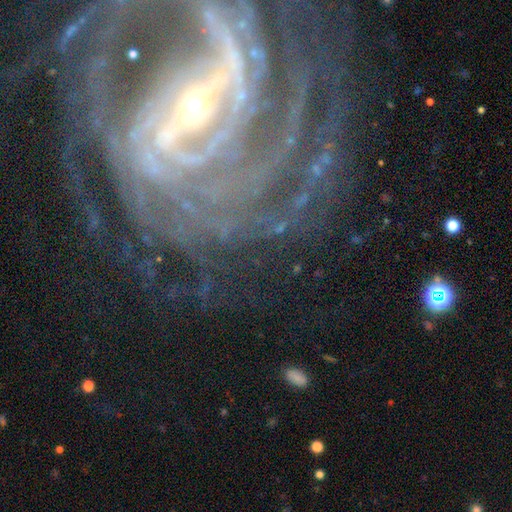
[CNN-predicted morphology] The model was most divided on "spiral arm count": can't tell: 26%, more than 4: 18%, 4: 17%, 2: 16%, 3: 14%, 1: 9%. More confident: spiral arms — yes (95%); edge-on disk — no (95%); smooth or featured — featured or disk (86%); spiral winding — tight (72%); merging — none (71%); bulge size — small (65%); bar — strong (53%).